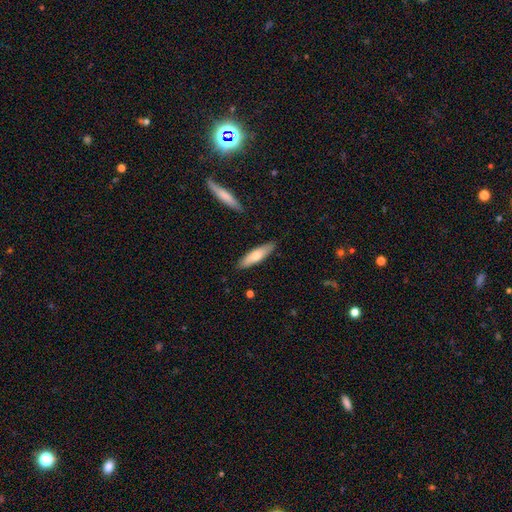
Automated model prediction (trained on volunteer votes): smooth 69%, featured or disk 26%, star or artifact 5%. Down the decision tree: how rounded — cigar-shaped (64%); merging — none (86%).